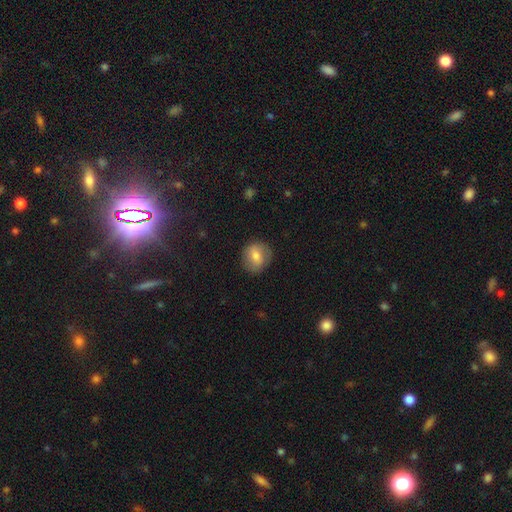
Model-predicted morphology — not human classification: smooth_or_featured: smooth (p=0.70) [alt: featured or disk p=0.22]
how_rounded: round (p=0.78) [alt: in between p=0.21]
merging: none (p=0.83) [alt: minor disturbance p=0.12]